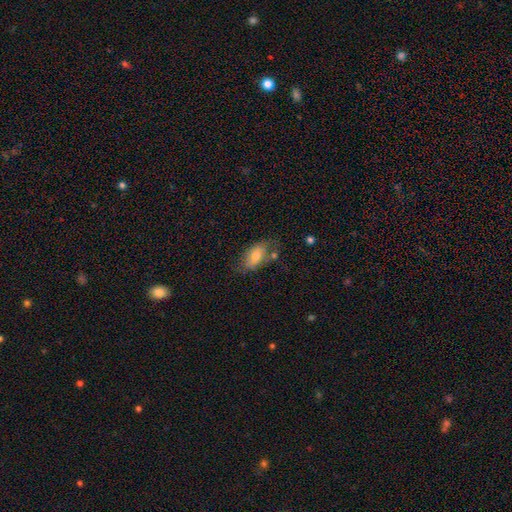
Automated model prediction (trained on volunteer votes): This is likely a smooth galaxy (61%). How rounded: clearly in between (89%). Merging: possibly none (55%).